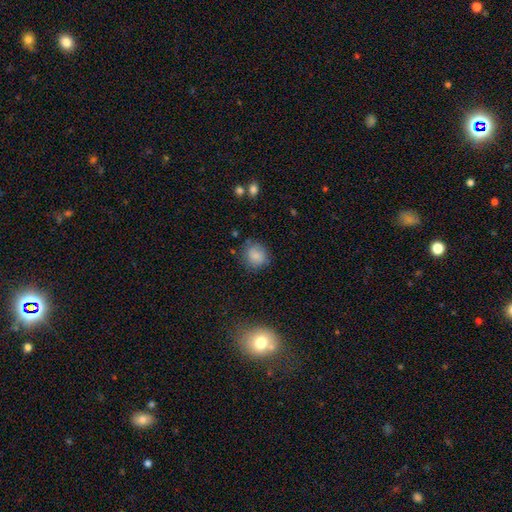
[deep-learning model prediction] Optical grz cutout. It shows a smooth galaxy with no disk features (84%) that is round (78%). Merging: none (76%).